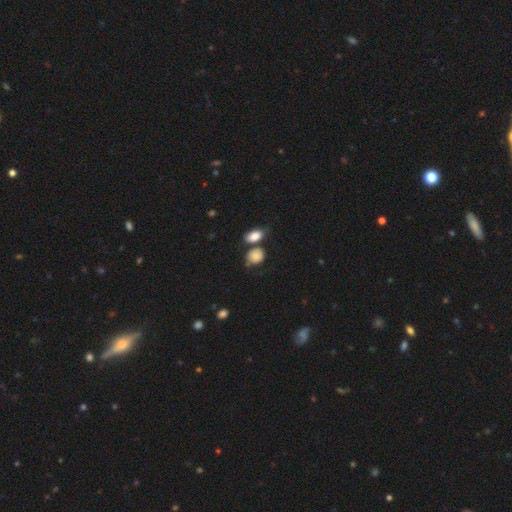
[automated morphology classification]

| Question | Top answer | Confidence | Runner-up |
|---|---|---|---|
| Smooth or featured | smooth | 79% | featured or disk (12%) |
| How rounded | round | 56% | in between (42%) |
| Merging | none | 46% | minor disturbance (25%) |